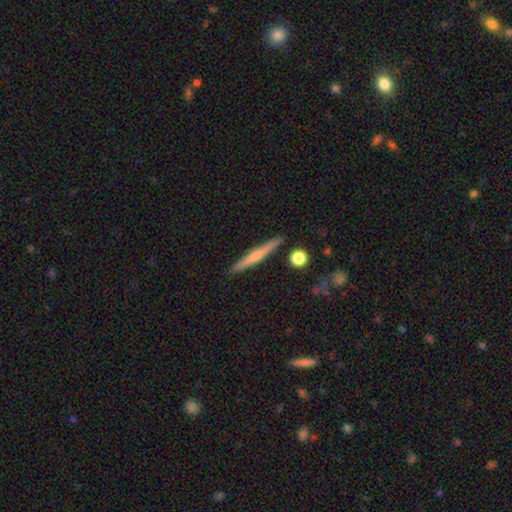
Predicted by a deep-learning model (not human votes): Smooth or featured? Predicted: featured or disk (p=0.56). Edge-on disk? Predicted: yes (p=0.97). Edge-on bulge? Predicted: rounded (p=0.67). Merging? Predicted: none (p=0.90).